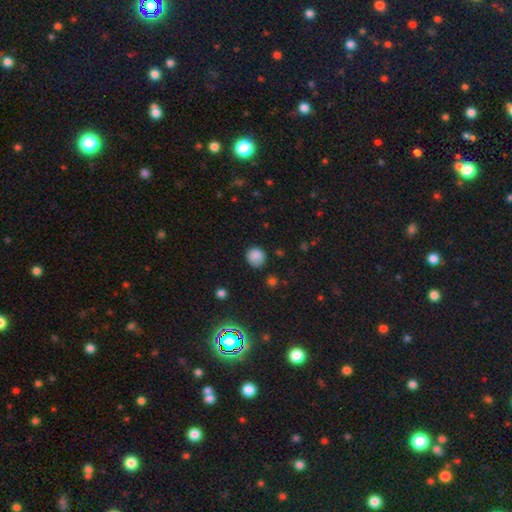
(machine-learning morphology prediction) This appears to be a smooth galaxy with no disk features (84%) that is round (82%). Merging: none (74%).